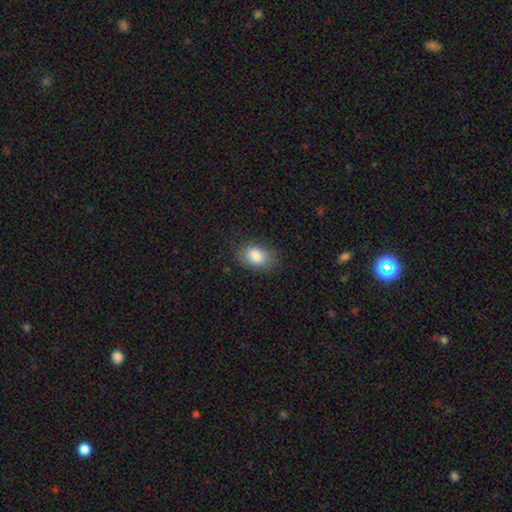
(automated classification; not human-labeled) Smooth or featured? smooth (85%)
How rounded? in between (87%)
Merging? none (79%)